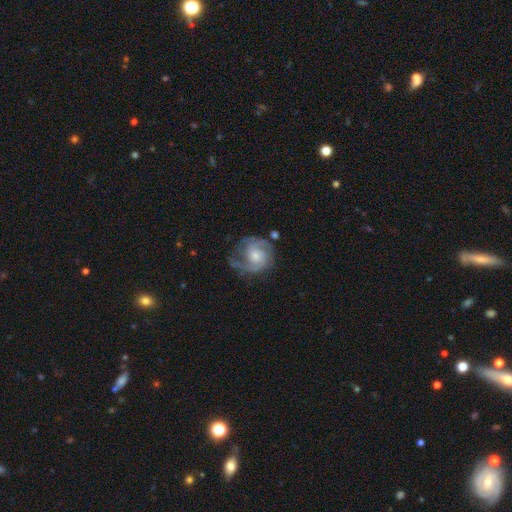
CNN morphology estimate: featured or disk 83%, smooth 12%, star or artifact 6%. Down the decision tree: edge-on disk — no (98%); bar — no (66%); spiral arms — yes (95%); spiral arm count — 2 (74%); spiral winding — medium (46%); bulge size — small (46%); merging — none (61%).